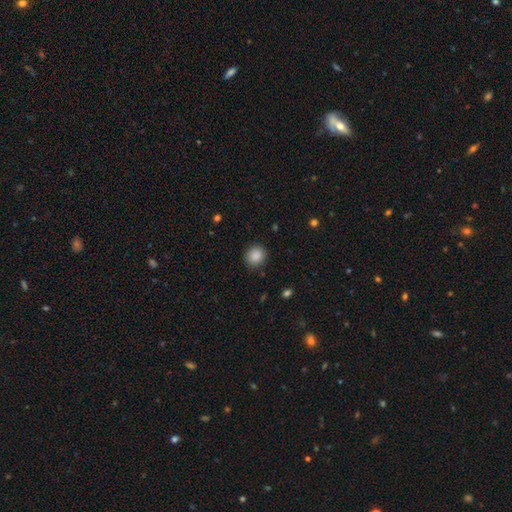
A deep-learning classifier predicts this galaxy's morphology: This is clearly a smooth galaxy (88%). How rounded: clearly round (86%). Merging: clearly none (89%).